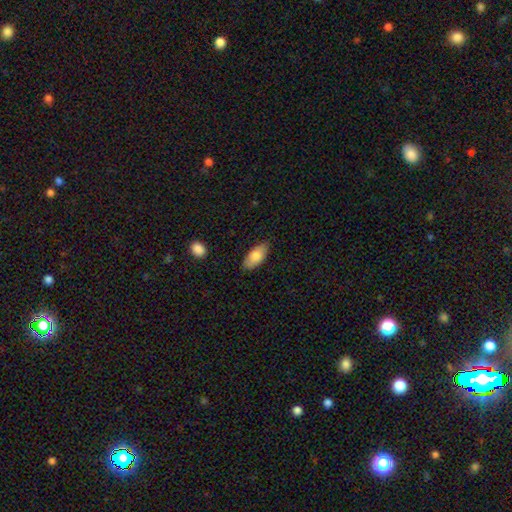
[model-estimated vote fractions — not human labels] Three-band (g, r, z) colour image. It shows a smooth galaxy with no disk features (80%) that is in between round and cigar-shaped (90%). Merging: none (82%).